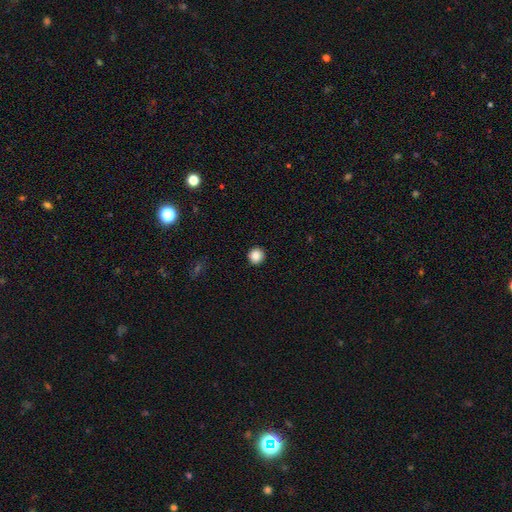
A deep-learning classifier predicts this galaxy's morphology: Smooth or featured? Predicted: smooth (p=0.86). How rounded? Predicted: round (p=0.95). Merging? Predicted: none (p=0.92).